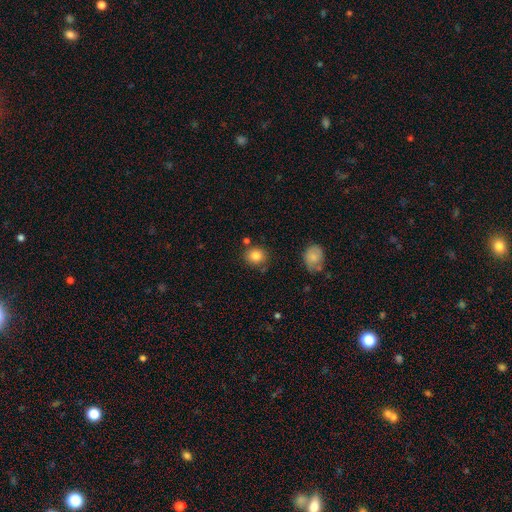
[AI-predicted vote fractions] Morphology: type=smooth (83%); roundness=round (80%); merging=none (79%).